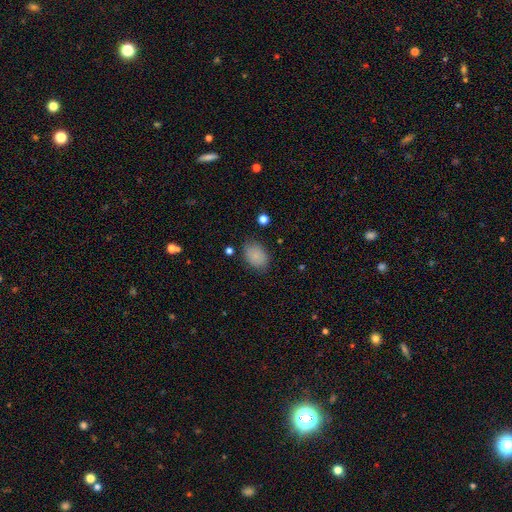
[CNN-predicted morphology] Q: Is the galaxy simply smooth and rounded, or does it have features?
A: smooth — 85%.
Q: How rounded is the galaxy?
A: in between — 74%.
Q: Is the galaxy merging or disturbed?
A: none — 77%.